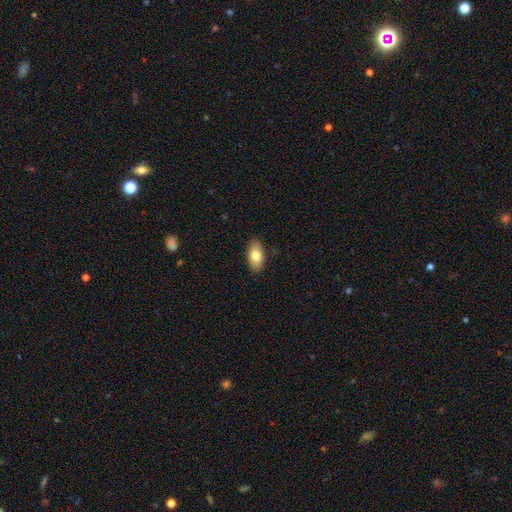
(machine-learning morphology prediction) smooth-or-featured: smooth: 78% | featured or disk: 16% | star or artifact: 6%
  how-rounded: in between: 92% | cigar-shaped: 4% | round: 4%
  merging: none: 88% | minor disturbance: 10% | major disturbance: 2% | merger: 1%